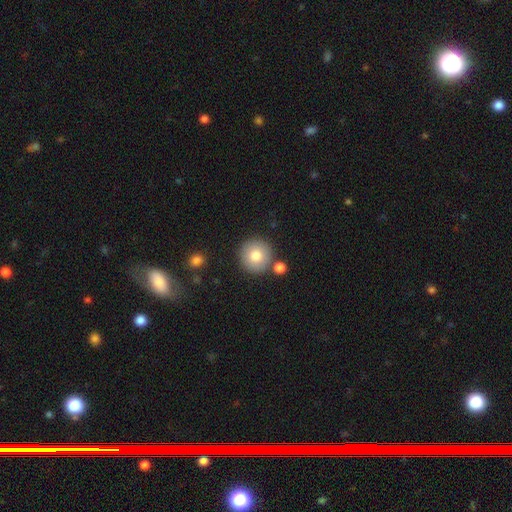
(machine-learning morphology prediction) type=smooth (79%); roundness=round (95%); merging=none (81%).